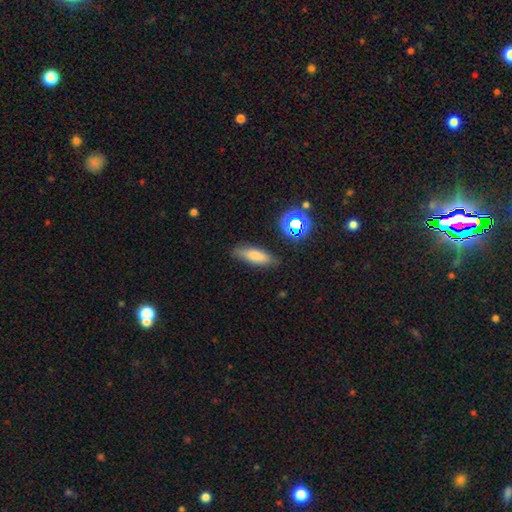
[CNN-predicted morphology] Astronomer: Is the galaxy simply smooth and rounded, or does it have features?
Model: smooth — 76%.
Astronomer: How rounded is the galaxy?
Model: in between — 54% (runner-up: cigar-shaped, 43%).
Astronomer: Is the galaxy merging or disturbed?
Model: none — 80%.